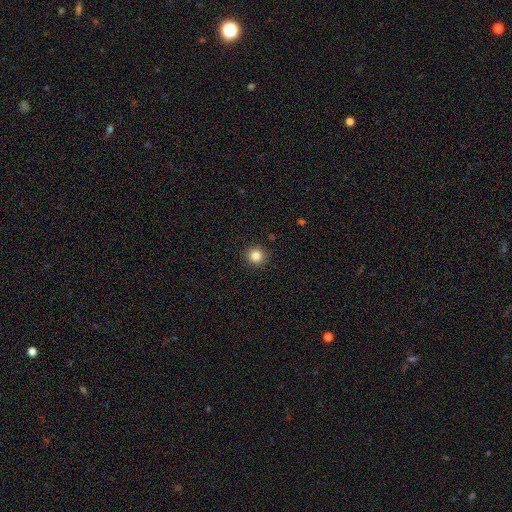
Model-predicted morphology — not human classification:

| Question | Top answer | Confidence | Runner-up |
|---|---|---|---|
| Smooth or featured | smooth | 84% | star or artifact (11%) |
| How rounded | round | 94% | in between (5%) |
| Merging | none | 92% | minor disturbance (5%) |